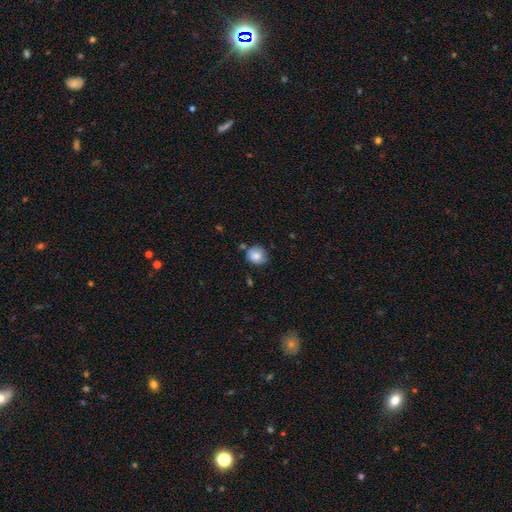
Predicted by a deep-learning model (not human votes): This is clearly a smooth galaxy (81%). How rounded: likely round (80%). Merging: likely none (69%).